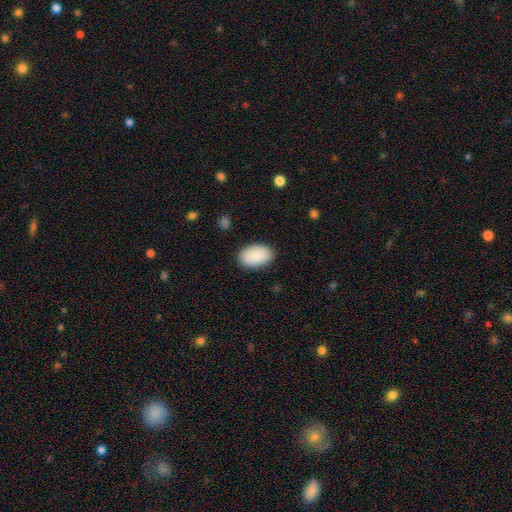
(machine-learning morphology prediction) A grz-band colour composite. It shows a smooth galaxy with no disk features (89%) that is in between round and cigar-shaped (93%). Merging: none (87%).